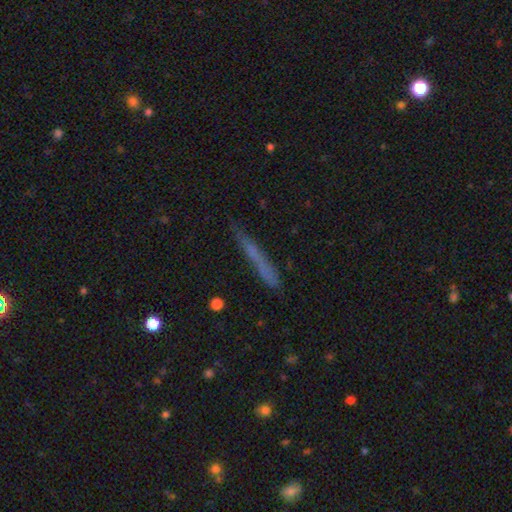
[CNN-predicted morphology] This is possibly a smooth galaxy (56%). How rounded: clearly cigar-shaped (95%). Merging: likely none (79%).